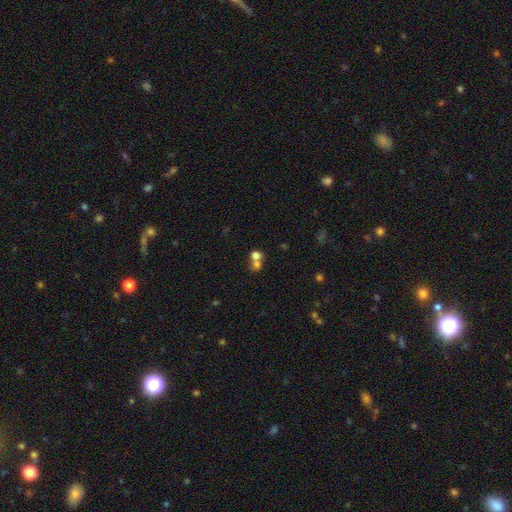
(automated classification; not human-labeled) The model was most divided on "merging": merger: 61%, none: 30%, minor disturbance: 5%, major disturbance: 3%. More confident: how rounded — round (72%); smooth or featured — smooth (71%).